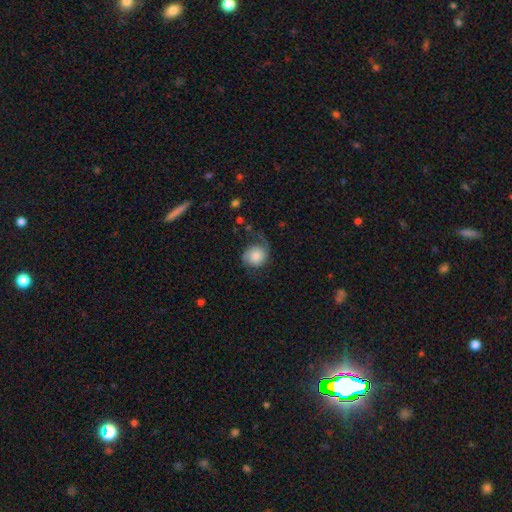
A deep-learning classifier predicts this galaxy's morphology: The model was most divided on "smooth or featured": featured or disk: 46%, smooth: 45%, star or artifact: 8%. More confident: merging — none (51%).